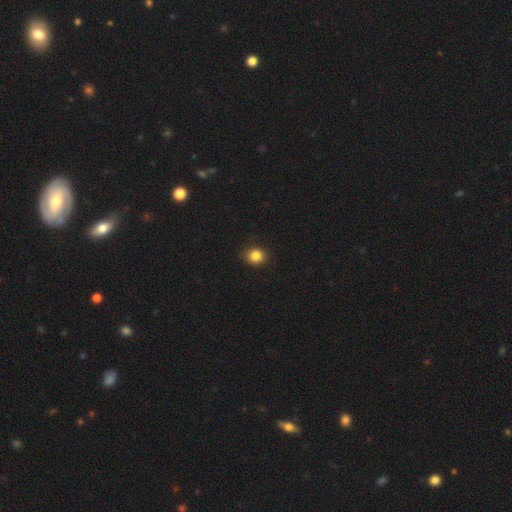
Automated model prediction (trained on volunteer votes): Q: Smooth or featured?
A: smooth (85%); runner-up: star or artifact (11%)
Q: How rounded?
A: round (73%); runner-up: in between (26%)
Q: Merging?
A: none (88%); runner-up: minor disturbance (9%)